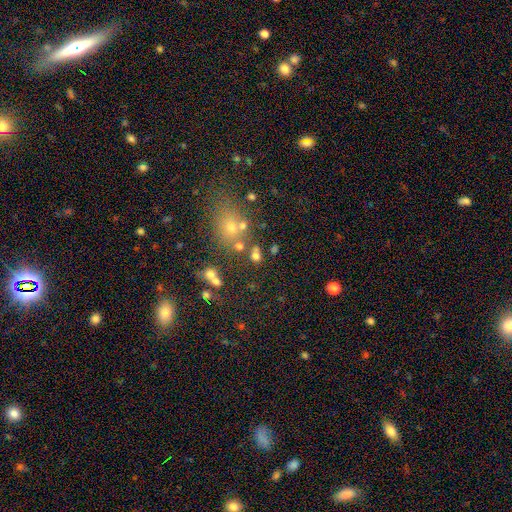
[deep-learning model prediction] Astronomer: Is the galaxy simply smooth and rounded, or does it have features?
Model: smooth — 64%.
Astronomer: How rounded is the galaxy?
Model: round — 56% (runner-up: in between, 42%).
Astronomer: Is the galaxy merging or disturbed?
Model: none — 58%.